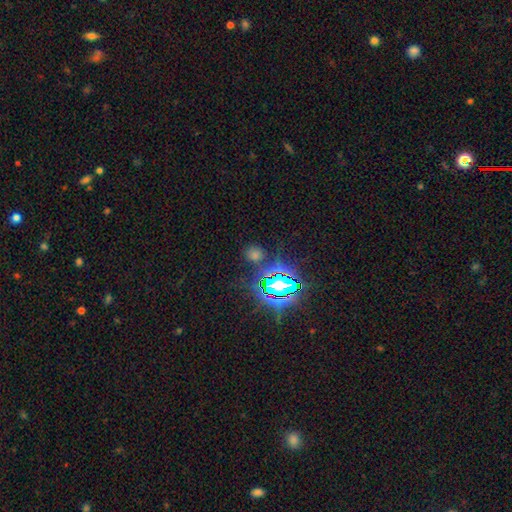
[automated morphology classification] Overall: star or artifact (63%; smooth 29%).